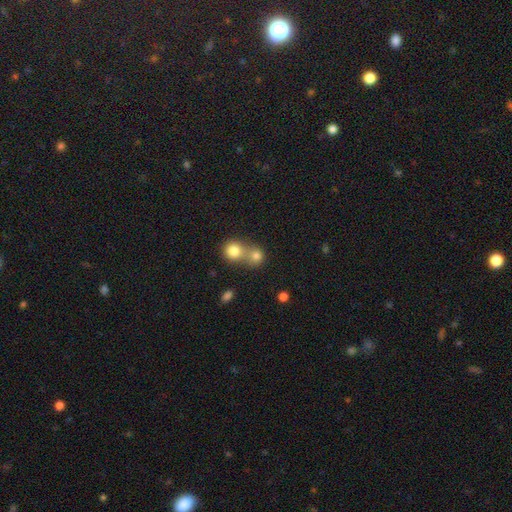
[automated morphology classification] Smooth or featured? Predicted: smooth (p=0.79). How rounded? Predicted: round (p=0.84). Merging? Predicted: merger (p=0.57).